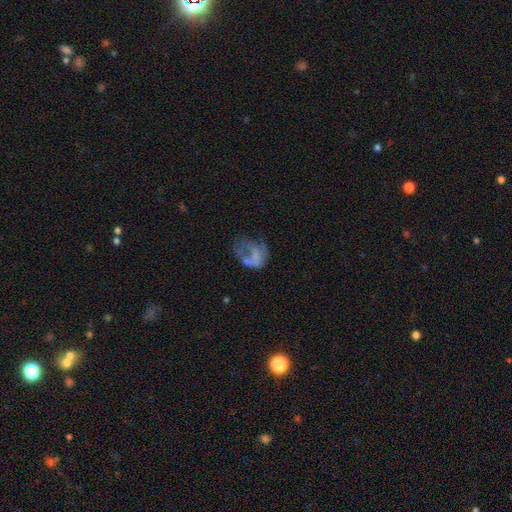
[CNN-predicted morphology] smooth_or_featured: featured or disk (p=0.44) [tied with: smooth p=0.44]
merging: major disturbance (p=0.50) [alt: none p=0.23]